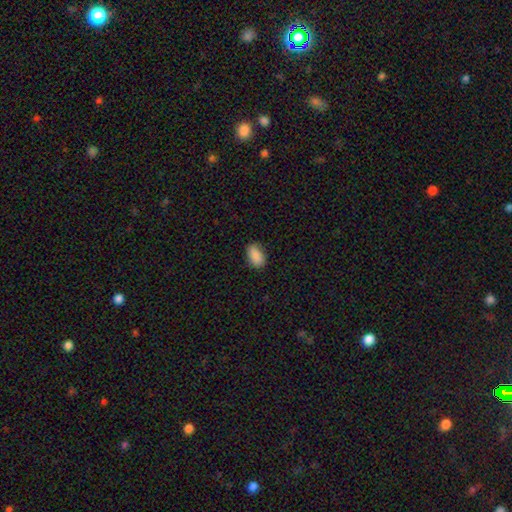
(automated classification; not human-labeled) Smooth or featured? Predicted: smooth (p=0.89). How rounded? Predicted: in between (p=0.92). Merging? Predicted: none (p=0.84).